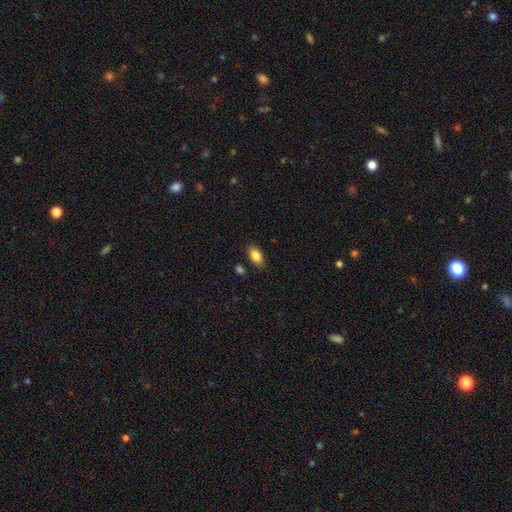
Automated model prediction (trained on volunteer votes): This appears to be a smooth galaxy with no disk features (85%) that is in between round and cigar-shaped (91%). Merging: none (84%).